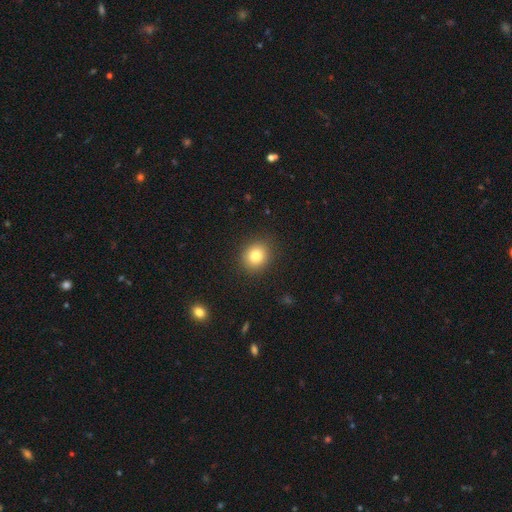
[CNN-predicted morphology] smooth-or-featured: smooth: 80% | star or artifact: 11% | featured or disk: 8%
  how-rounded: round: 81% | in between: 18% | cigar-shaped: 1%
  merging: none: 89% | minor disturbance: 7% | major disturbance: 2% | merger: 1%